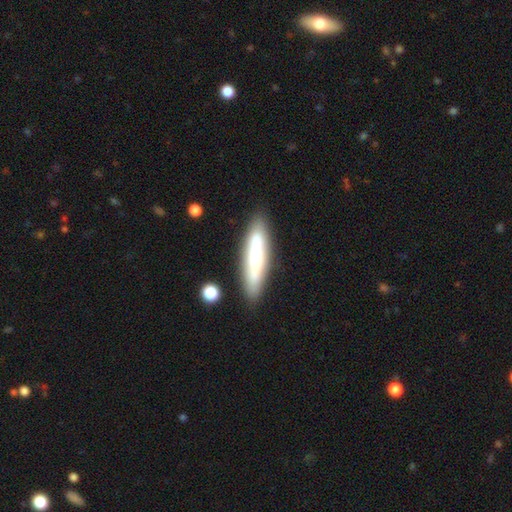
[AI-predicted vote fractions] Smooth or featured?
  - smooth: 64% *
  - featured or disk: 29%
  - star or artifact: 7%
How rounded?
  - cigar-shaped: 79% *
  - in between: 20%
  - round: 2%
Merging?
  - none: 80% *
  - minor disturbance: 12%
  - merger: 4%
  - major disturbance: 3%